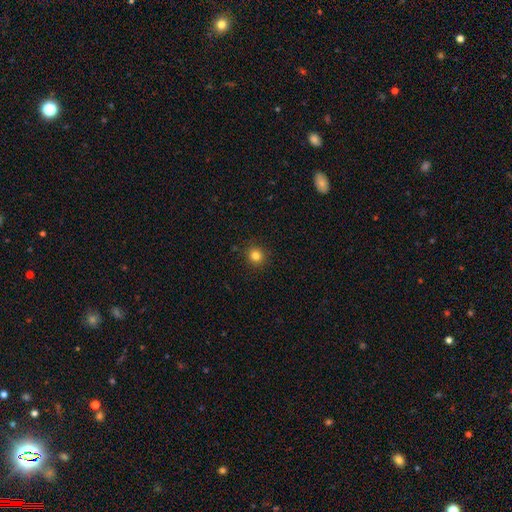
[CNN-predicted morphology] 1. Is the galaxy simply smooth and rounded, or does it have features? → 81% smooth, 13% star or artifact, 5% featured or disk.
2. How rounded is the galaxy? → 91% round, 8% in between, 1% cigar-shaped.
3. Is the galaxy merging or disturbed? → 91% none, 6% minor disturbance, 2% major disturbance, 1% merger.